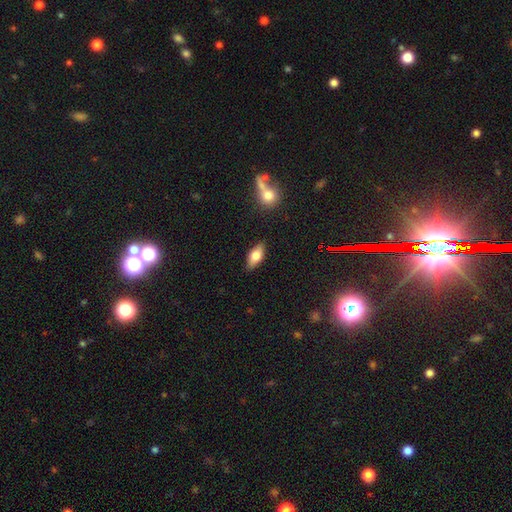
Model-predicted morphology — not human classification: This appears to be a smooth galaxy with no disk features (68%) that is in between round and cigar-shaped (83%). Merging: none (86%).